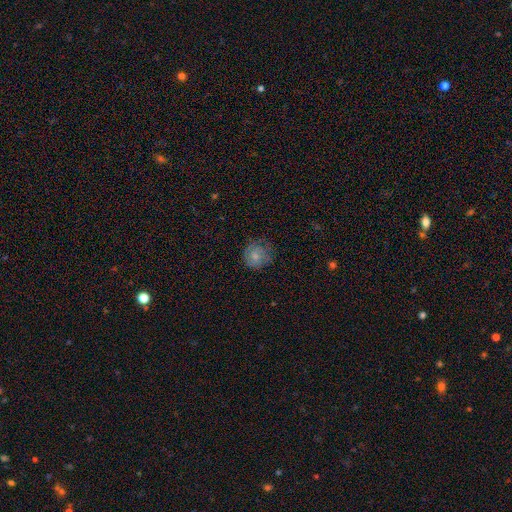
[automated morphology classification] Smooth or featured? smooth (71%)
How rounded? round (86%)
Merging? none (66%)